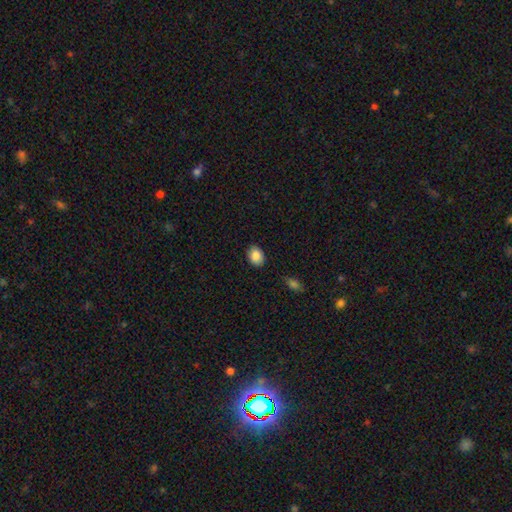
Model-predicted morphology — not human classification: Smooth or featured?
  - smooth: 87% *
  - star or artifact: 8%
  - featured or disk: 5%
How rounded?
  - in between: 65% *
  - round: 34%
  - cigar-shaped: 1%
Merging?
  - none: 87% *
  - minor disturbance: 9%
  - major disturbance: 2%
  - merger: 2%